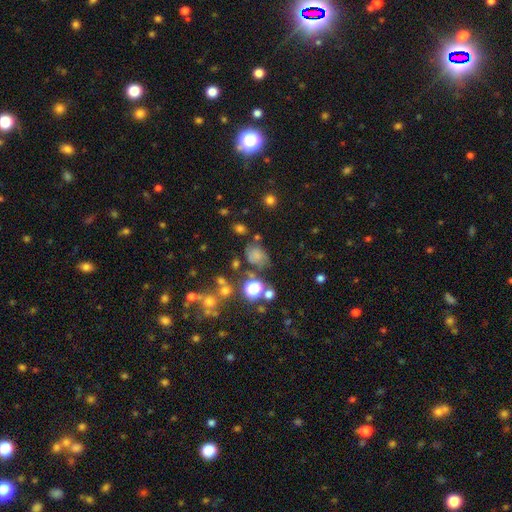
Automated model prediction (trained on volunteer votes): Smooth or featured? smooth (60%)
How rounded? in between (51%)
Merging? none (56%)